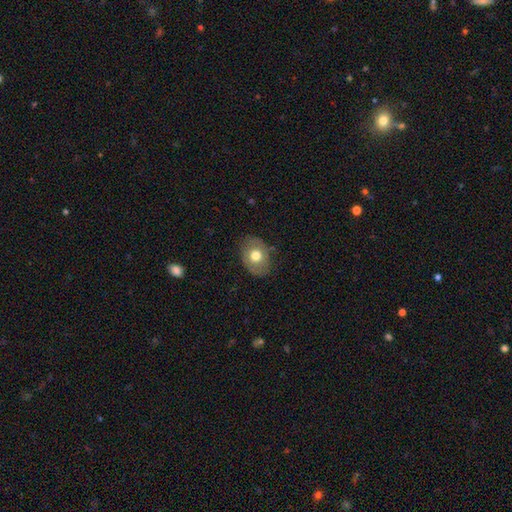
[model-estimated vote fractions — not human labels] Smooth or featured? smooth (65%)
How rounded? in between (65%)
Merging? none (75%)